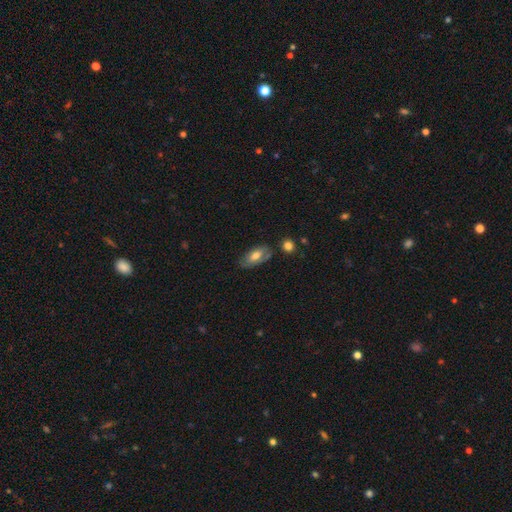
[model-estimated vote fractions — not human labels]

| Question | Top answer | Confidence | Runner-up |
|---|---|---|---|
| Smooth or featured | smooth | 63% | featured or disk (30%) |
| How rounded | in between | 89% | cigar-shaped (8%) |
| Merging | none | 64% | minor disturbance (24%) |